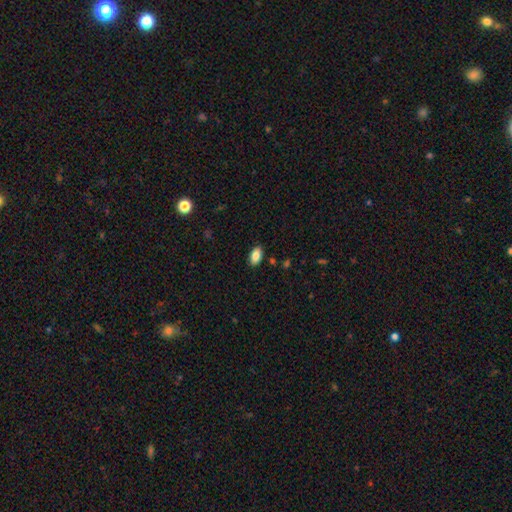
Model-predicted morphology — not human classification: This appears to be a smooth galaxy with no disk features (85%) that is in between round and cigar-shaped (93%). Merging: none (88%).